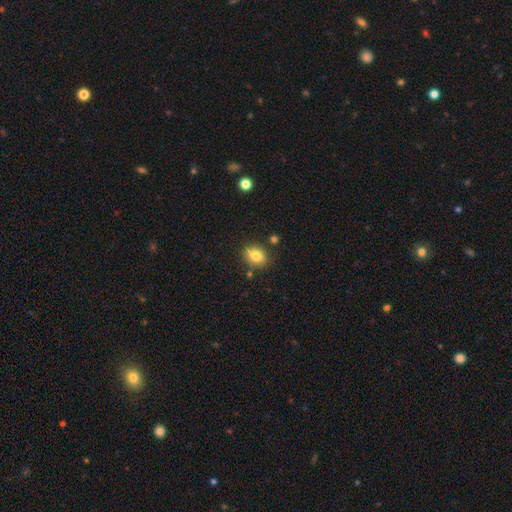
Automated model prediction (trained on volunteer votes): Morphology: type=smooth (81%); roundness=in between (68%); merging=none (80%).